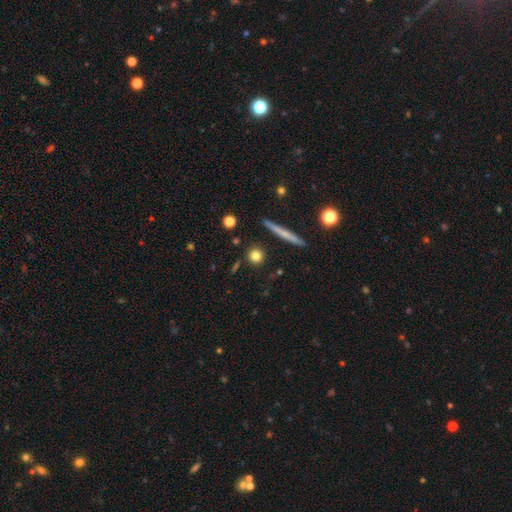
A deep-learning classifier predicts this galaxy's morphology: Overall: smooth (77%). How rounded: round (86%). Merging: none (86%).